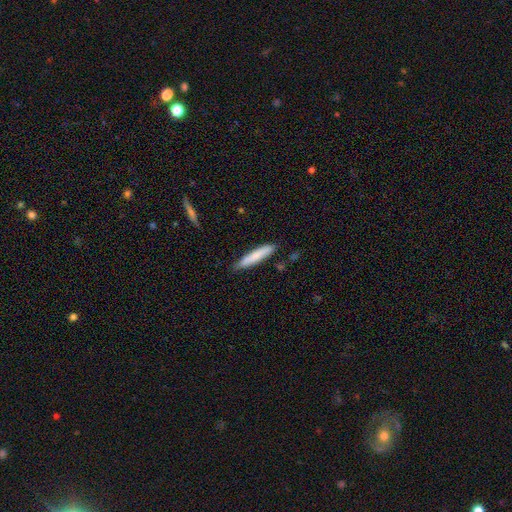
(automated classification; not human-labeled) Smooth or featured?
  - smooth: 76% *
  - featured or disk: 18%
  - star or artifact: 6%
How rounded?
  - cigar-shaped: 91% *
  - in between: 7%
  - round: 1%
Merging?
  - none: 85% *
  - minor disturbance: 12%
  - major disturbance: 2%
  - merger: 2%